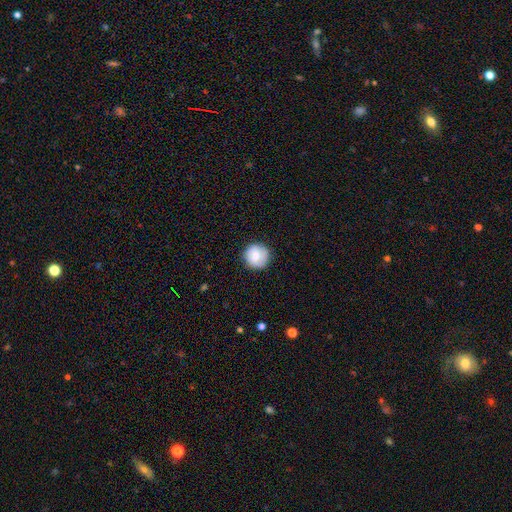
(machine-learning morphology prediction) Q: Smooth or featured?
A: smooth (68%); runner-up: featured or disk (25%)
Q: How rounded?
A: round (94%); runner-up: in between (5%)
Q: Merging?
A: none (85%); runner-up: minor disturbance (11%)